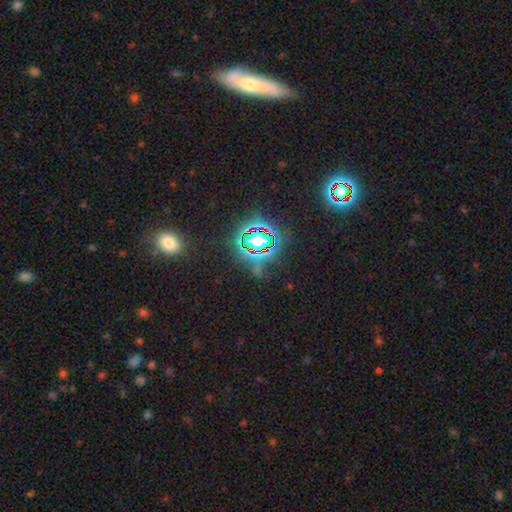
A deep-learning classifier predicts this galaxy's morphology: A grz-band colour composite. It shows a star or artifact, not a galaxy (73%).